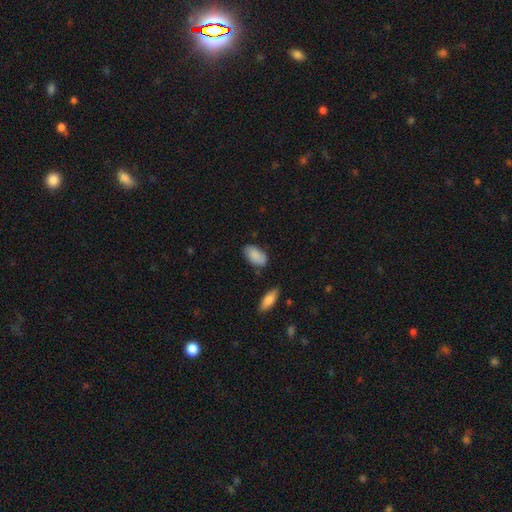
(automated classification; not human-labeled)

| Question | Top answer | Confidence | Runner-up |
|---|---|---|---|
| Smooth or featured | smooth | 86% | featured or disk (8%) |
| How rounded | in between | 94% | round (4%) |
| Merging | none | 73% | minor disturbance (20%) |